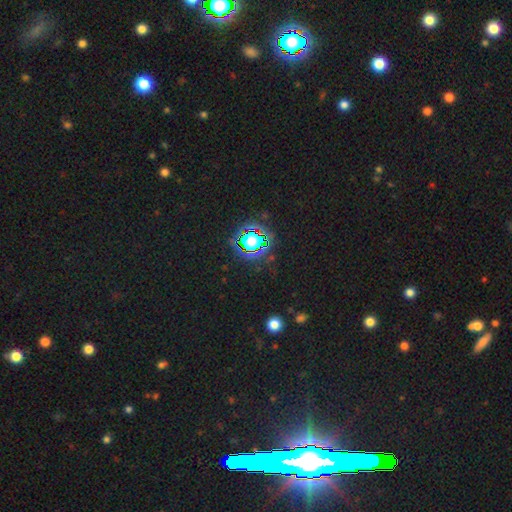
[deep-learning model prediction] Smooth or featured: star or artifact — 79% (smooth — 13%)